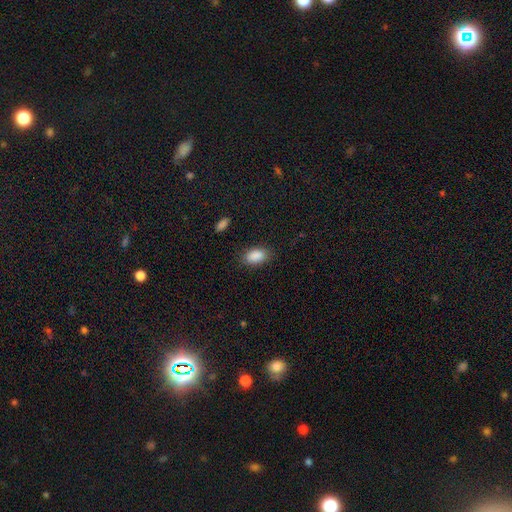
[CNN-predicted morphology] This appears to be a smooth galaxy with no disk features (89%) that is in between round and cigar-shaped (91%). Merging: none (83%).